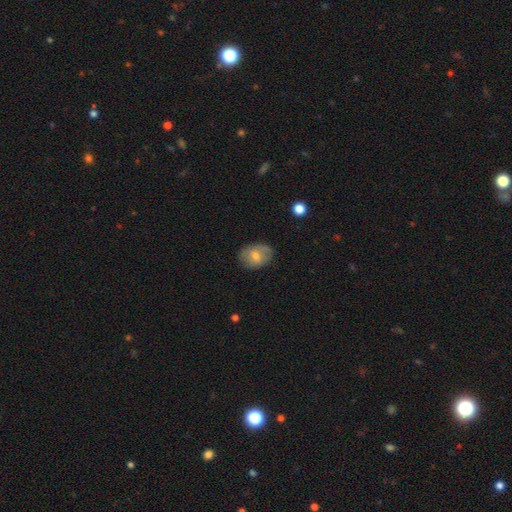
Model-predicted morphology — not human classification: A smooth galaxy with no disk features (60%) that is in between round and cigar-shaped (73%). Merging: none (74%).